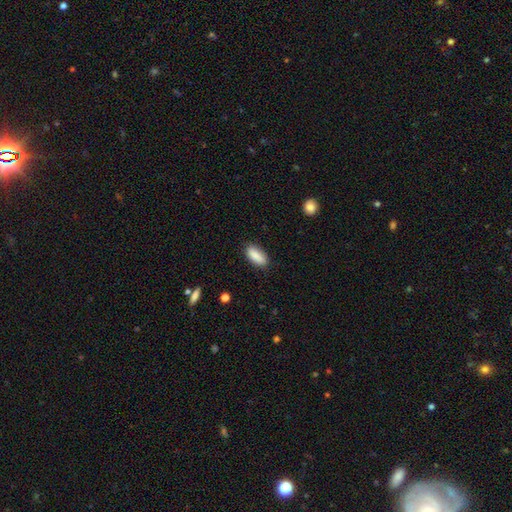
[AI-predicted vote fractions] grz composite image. It shows a smooth galaxy with no disk features (88%) that is in between round and cigar-shaped (82%). Merging: none (84%).